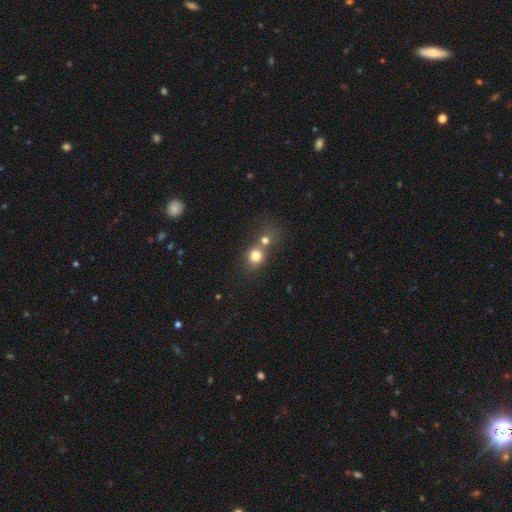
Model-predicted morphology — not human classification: A smooth galaxy with no disk features (77%) that is round (76%). Merging: merger (50%).